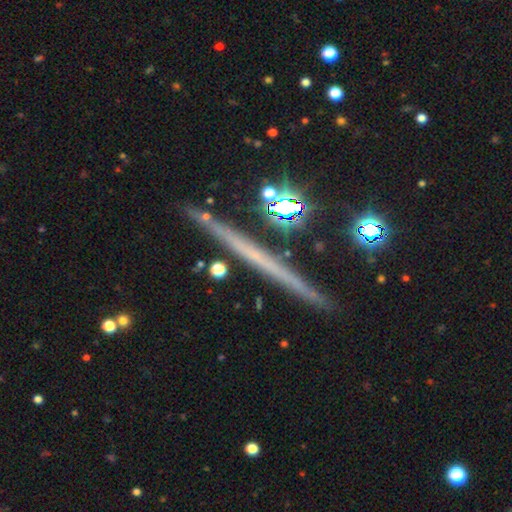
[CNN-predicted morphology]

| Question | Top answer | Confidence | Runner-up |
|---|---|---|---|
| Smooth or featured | featured or disk | 59% | smooth (30%) |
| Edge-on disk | yes | 97% | no (3%) |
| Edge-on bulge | none | 92% | rounded (6%) |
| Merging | none | 89% | minor disturbance (7%) |